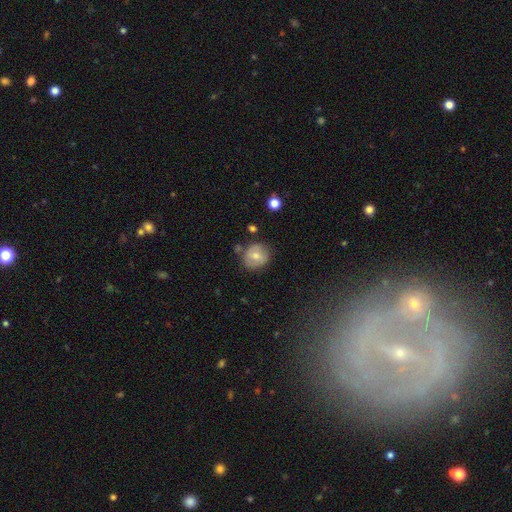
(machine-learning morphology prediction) Q: Smooth or featured?
A: smooth (64%); runner-up: featured or disk (27%)
Q: How rounded?
A: round (83%); runner-up: in between (16%)
Q: Merging?
A: none (74%); runner-up: minor disturbance (17%)